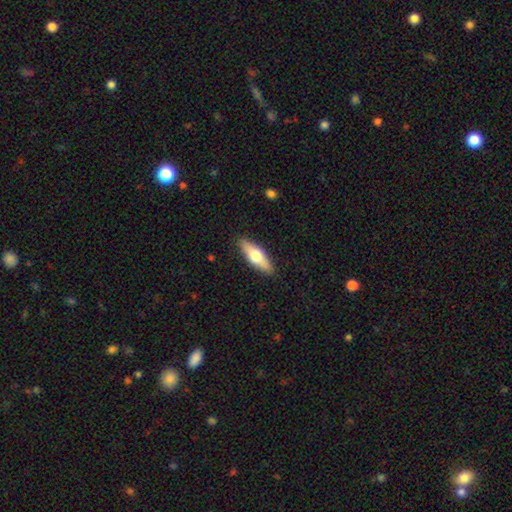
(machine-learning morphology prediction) A smooth galaxy with no disk features (55%) that is in between round and cigar-shaped (55%).

Vote fractions:
- Smooth or featured? smooth: 55% / featured or disk: 40% / star or artifact: 5%
- How rounded? in between: 55% / cigar-shaped: 43% / round: 3%
- Merging? none: 89% / minor disturbance: 8% / major disturbance: 2% / merger: 1%